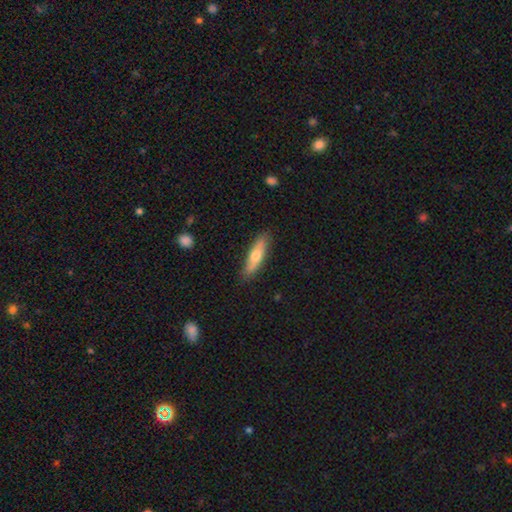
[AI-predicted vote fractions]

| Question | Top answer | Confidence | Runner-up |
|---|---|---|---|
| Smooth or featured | smooth | 61% | featured or disk (33%) |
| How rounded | cigar-shaped | 71% | in between (27%) |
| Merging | none | 85% | minor disturbance (11%) |